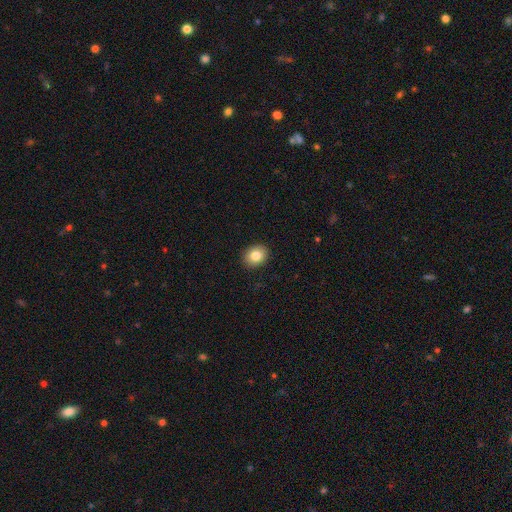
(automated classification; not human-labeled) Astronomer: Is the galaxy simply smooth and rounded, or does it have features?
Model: smooth — 83%.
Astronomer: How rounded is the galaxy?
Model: round — 50% (runner-up: in between, 49%).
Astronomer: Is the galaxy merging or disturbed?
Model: none — 91%.